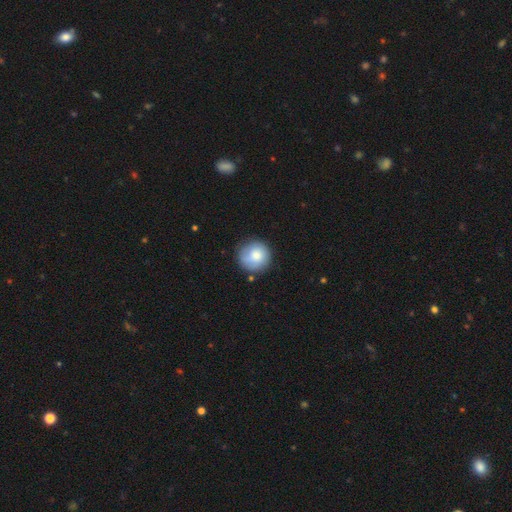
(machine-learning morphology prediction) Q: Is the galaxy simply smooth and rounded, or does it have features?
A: smooth — 79%.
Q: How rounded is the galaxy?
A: round — 94%.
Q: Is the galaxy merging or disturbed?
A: none — 79%.